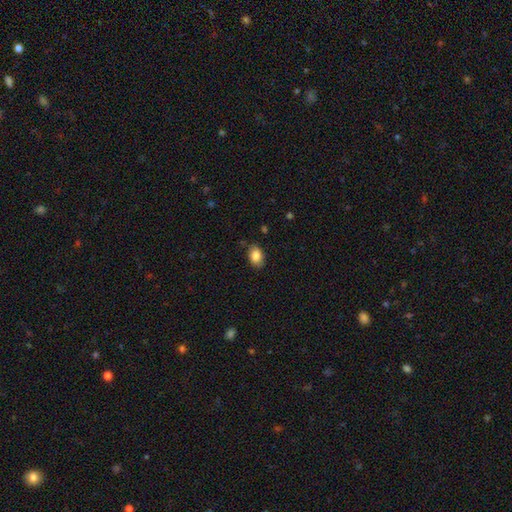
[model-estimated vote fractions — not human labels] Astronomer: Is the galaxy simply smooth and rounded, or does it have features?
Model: smooth — 85%.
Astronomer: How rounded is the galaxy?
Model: in between — 81%.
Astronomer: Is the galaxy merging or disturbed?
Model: none — 81%.